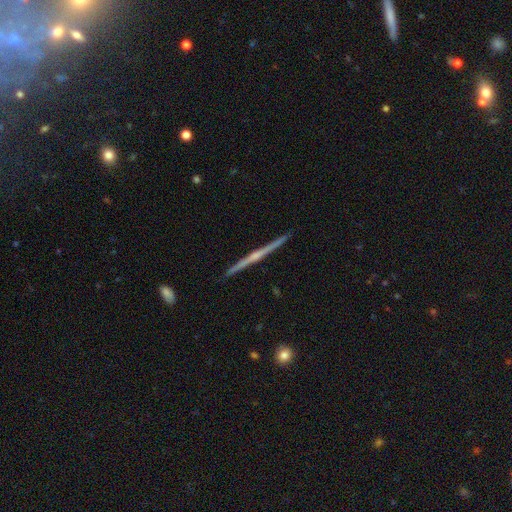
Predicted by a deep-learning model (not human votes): A featured or disk galaxy (82%) viewed edge-on (99%) with a rounded central bulge (63%). Merging: none (93%).